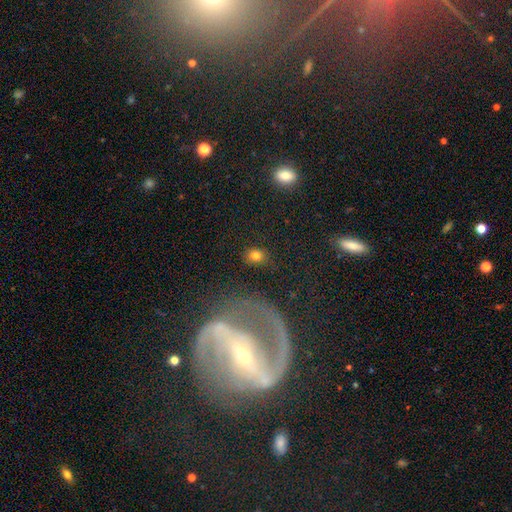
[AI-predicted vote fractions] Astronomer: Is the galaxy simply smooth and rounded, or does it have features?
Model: smooth — 78%.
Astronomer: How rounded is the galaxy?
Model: round — 63%.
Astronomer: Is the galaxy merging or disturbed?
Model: none — 81%.